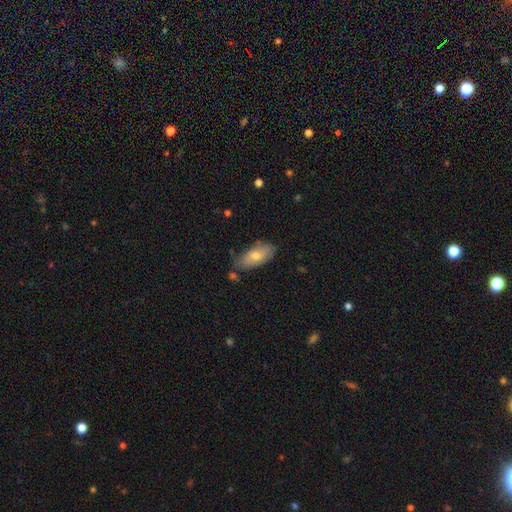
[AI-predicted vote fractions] smooth 67%, featured or disk 26%, star or artifact 7%. Down the decision tree: how rounded — in between (86%); merging — none (74%).